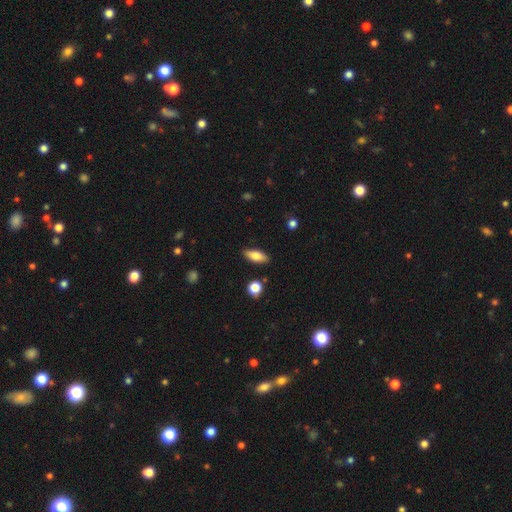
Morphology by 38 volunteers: Volunteers were most divided on "how rounded": in between: 72%, cigar-shaped: 28%, round: 0%. More confident: merging — none (83%); smooth or featured — smooth (76%).